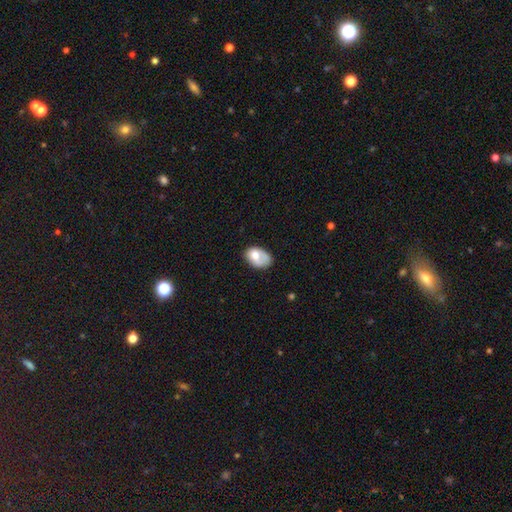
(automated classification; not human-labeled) A smooth galaxy with no disk features (69%) that is in between round and cigar-shaped (83%). Merging: none (42%).